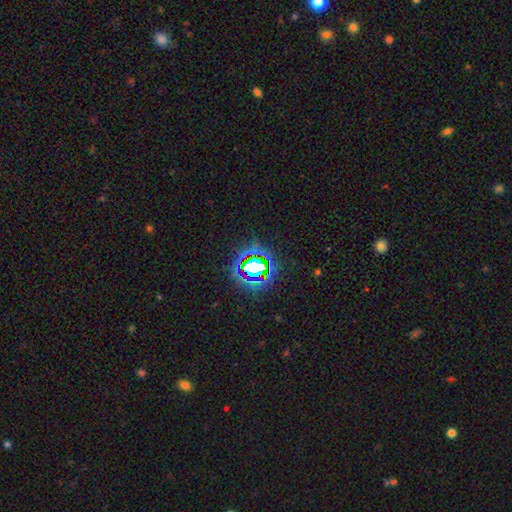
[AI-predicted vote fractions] Morphology: type=star or artifact (80%).